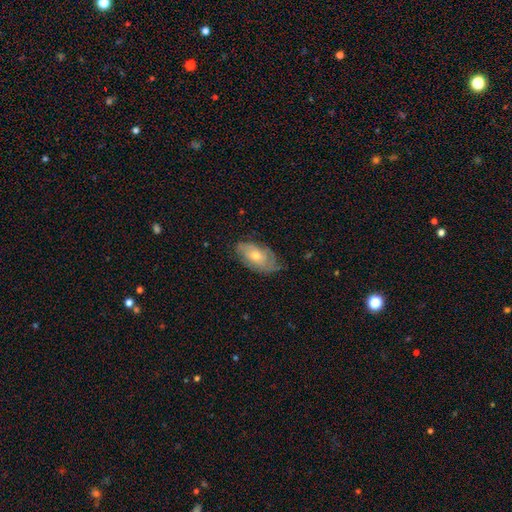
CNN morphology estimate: Smooth or featured: featured or disk — 58% (smooth — 35%)
Edge-on disk: no — 90% (yes — 10%)
Bar: no — 78% (weak — 18%)
Spiral arms: yes — 77% (no — 23%)
Bulge size: moderate — 63% (small — 30%)
Merging: none — 67% (minor disturbance — 25%)